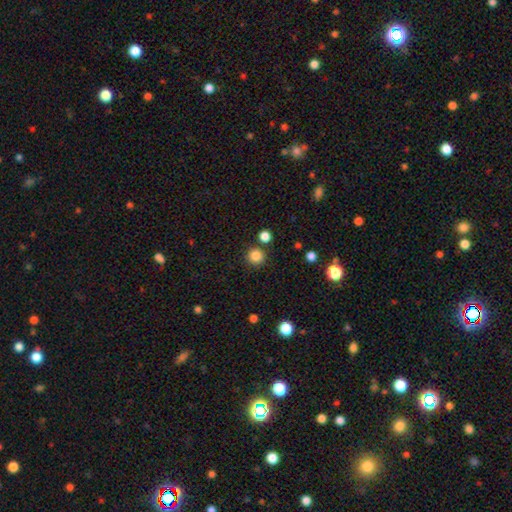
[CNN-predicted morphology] The model was most divided on "smooth or featured": smooth: 84%, star or artifact: 12%, featured or disk: 3%. More confident: how rounded — round (95%); merging — none (85%).